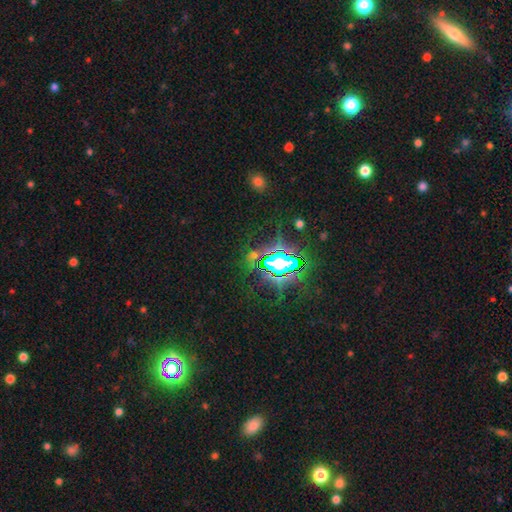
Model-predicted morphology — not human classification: The model was most divided on "smooth or featured": star or artifact: 79%, smooth: 11%, featured or disk: 10%.